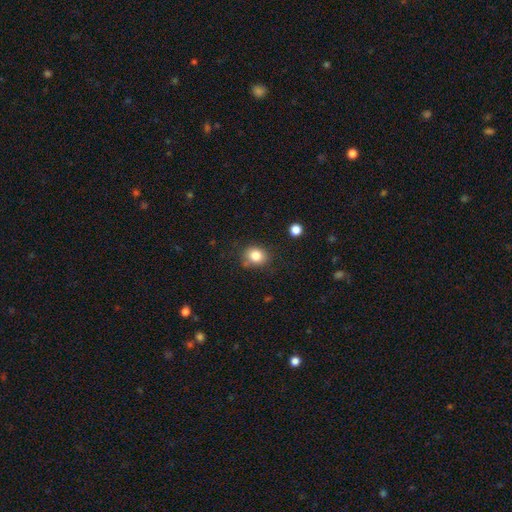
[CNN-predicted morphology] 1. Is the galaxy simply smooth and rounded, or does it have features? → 82% smooth, 11% star or artifact, 7% featured or disk.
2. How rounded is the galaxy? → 68% round, 31% in between, 1% cigar-shaped.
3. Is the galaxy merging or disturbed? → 80% none, 13% minor disturbance, 3% major disturbance, 3% merger.